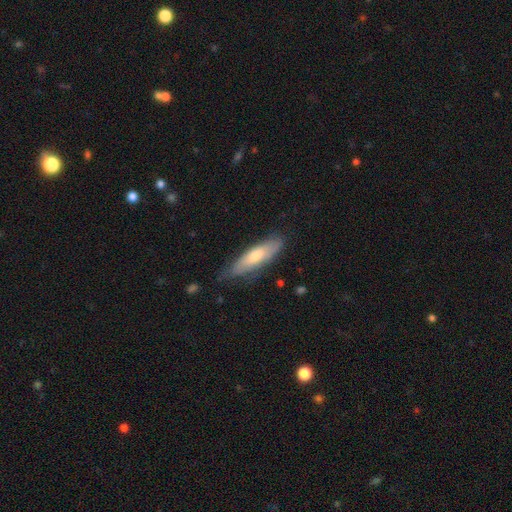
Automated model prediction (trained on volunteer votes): This appears to be a smooth galaxy with no disk features (61%) that is cigar-shaped (62%). Merging: none (71%).